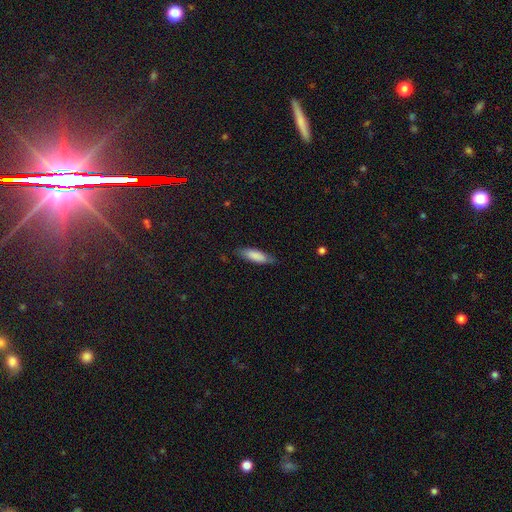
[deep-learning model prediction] This is clearly a smooth galaxy (83%). How rounded: possibly in between (50%). Merging: likely none (79%).